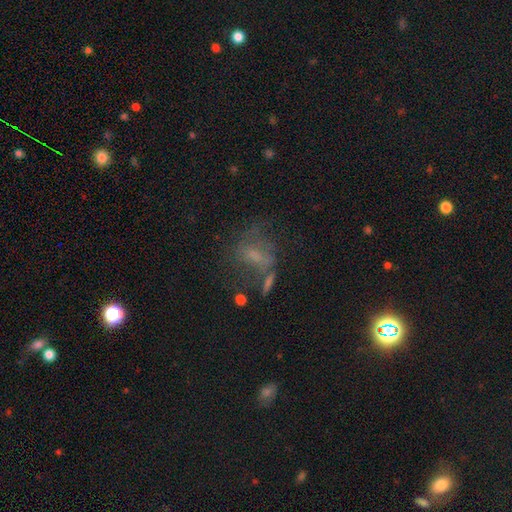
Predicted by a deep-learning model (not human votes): Smooth or featured? Predicted: featured or disk (p=0.41). Merging? Predicted: none (p=0.38).